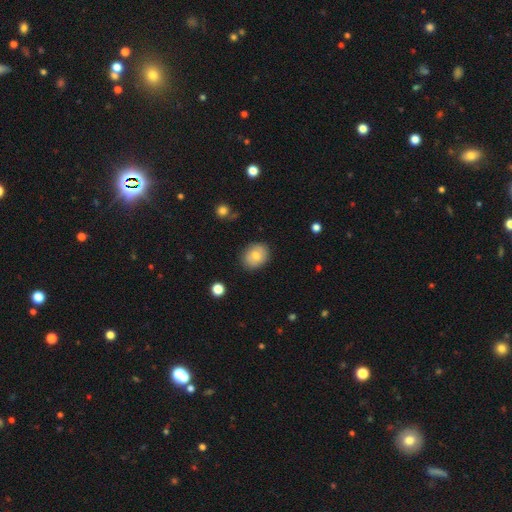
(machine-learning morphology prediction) Smooth or featured?
  - smooth: 77% *
  - featured or disk: 15%
  - star or artifact: 8%
How rounded?
  - round: 55% *
  - in between: 44%
  - cigar-shaped: 1%
Merging?
  - none: 84% *
  - minor disturbance: 12%
  - major disturbance: 3%
  - merger: 1%